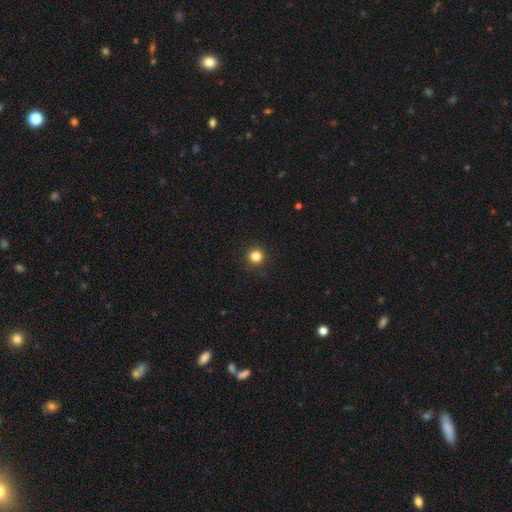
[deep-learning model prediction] Smooth or featured: smooth — 84% (star or artifact — 12%)
How rounded: round — 95% (in between — 4%)
Merging: none — 92% (minor disturbance — 5%)